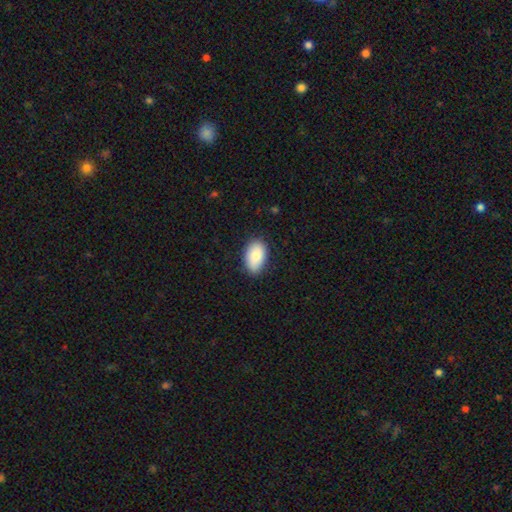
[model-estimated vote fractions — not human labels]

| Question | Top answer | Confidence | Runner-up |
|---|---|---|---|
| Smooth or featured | smooth | 83% | featured or disk (10%) |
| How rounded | in between | 92% | round (6%) |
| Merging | none | 83% | minor disturbance (13%) |